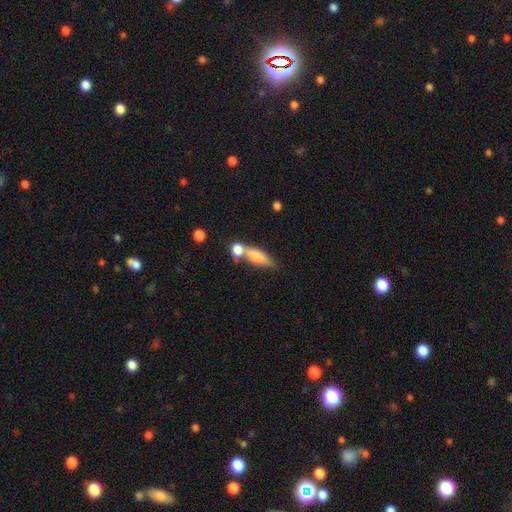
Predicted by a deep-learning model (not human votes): smooth_or_featured: smooth (p=0.74) [alt: featured or disk p=0.18]
how_rounded: in between (p=0.63) [alt: cigar-shaped p=0.30]
merging: merger (p=0.48) [alt: none p=0.32]